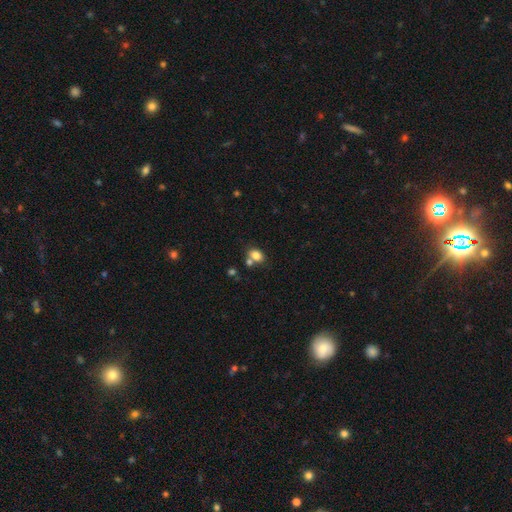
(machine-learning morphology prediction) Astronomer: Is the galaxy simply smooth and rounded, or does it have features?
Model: smooth — 81%.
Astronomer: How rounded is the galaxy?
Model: in between — 67%.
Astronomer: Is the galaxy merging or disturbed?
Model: none — 56%.